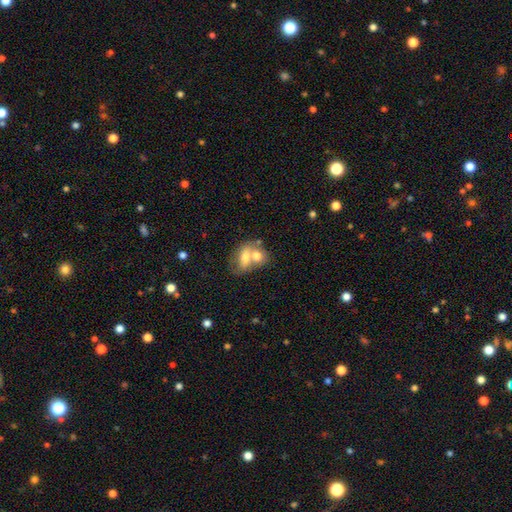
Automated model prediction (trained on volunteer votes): smooth_or_featured: smooth (p=0.66) [alt: featured or disk p=0.26]
how_rounded: in between (p=0.68) [alt: round p=0.30]
merging: merger (p=0.66) [alt: none p=0.22]